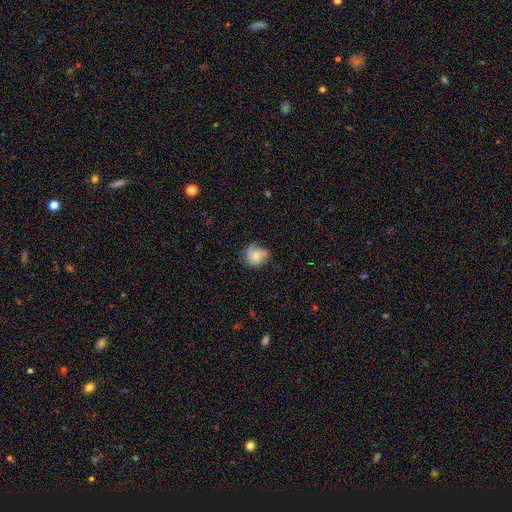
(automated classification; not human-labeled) A smooth galaxy with no disk features (68%) that is round (72%).

Vote fractions:
- Smooth or featured? smooth: 68% / featured or disk: 23% / star or artifact: 9%
- How rounded? round: 72% / in between: 27% / cigar-shaped: 1%
- Merging? none: 54% / minor disturbance: 31% / major disturbance: 13% / merger: 2%